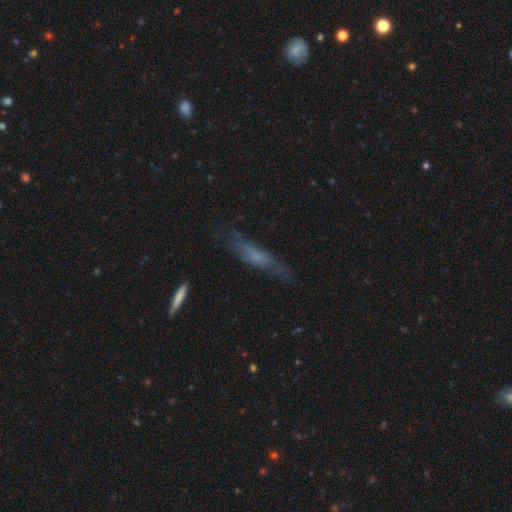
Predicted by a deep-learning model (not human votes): A smooth galaxy with no disk features (47%). Merging: none (61%).